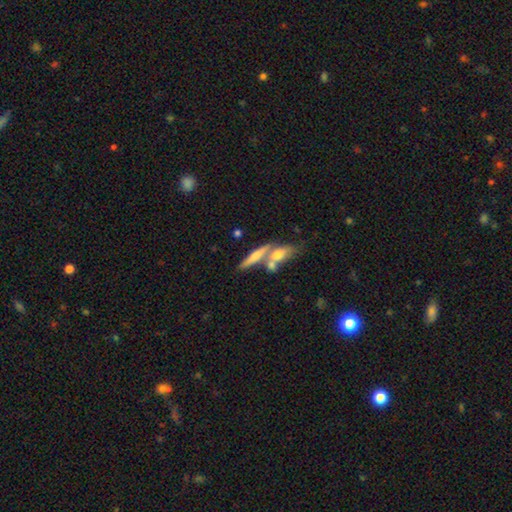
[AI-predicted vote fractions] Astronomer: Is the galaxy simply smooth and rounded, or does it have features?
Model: smooth — 49% (runner-up: featured or disk, 44%).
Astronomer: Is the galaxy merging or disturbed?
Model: none — 45% (runner-up: merger, 41%).